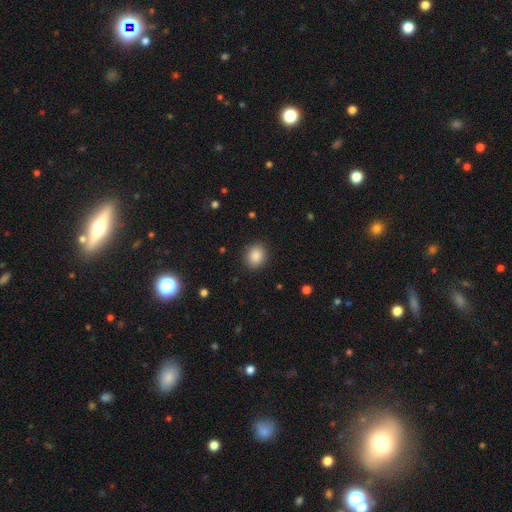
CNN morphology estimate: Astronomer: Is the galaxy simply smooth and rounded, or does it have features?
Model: smooth — 87%.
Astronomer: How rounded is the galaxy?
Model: round — 67%.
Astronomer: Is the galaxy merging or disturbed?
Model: none — 89%.